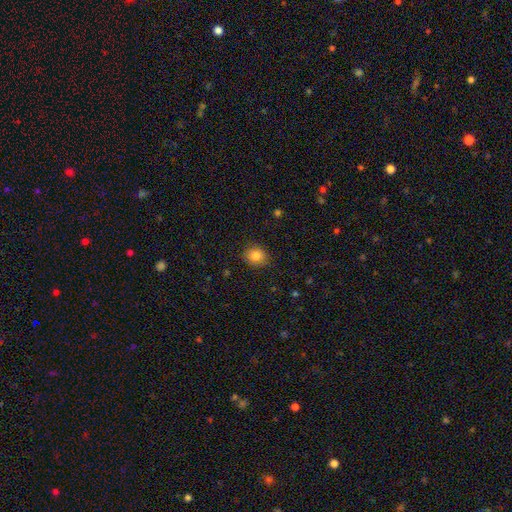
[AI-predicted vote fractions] smooth 84%, star or artifact 10%, featured or disk 6%. Down the decision tree: how rounded — round (70%); merging — none (86%).